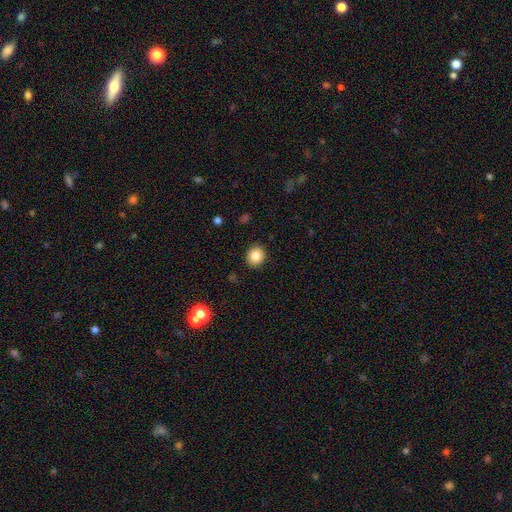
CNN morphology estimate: Smooth or featured: smooth — 84% (star or artifact — 10%)
How rounded: round — 78% (in between — 21%)
Merging: none — 90% (minor disturbance — 7%)